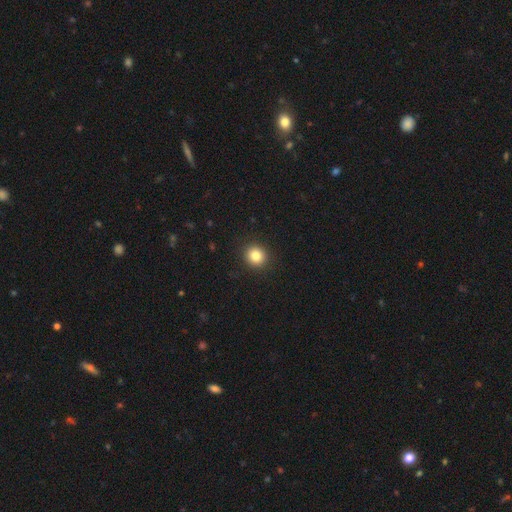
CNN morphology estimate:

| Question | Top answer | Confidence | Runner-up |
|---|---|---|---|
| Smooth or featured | smooth | 84% | star or artifact (11%) |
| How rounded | round | 89% | in between (10%) |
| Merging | none | 92% | minor disturbance (5%) |